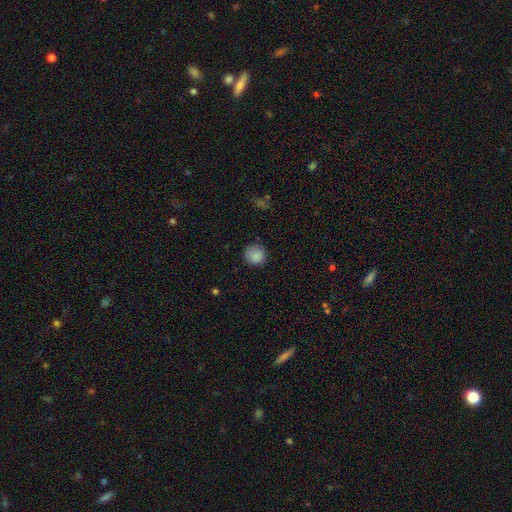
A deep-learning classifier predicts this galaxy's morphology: Overall: smooth (87%). How rounded: round (90%). Merging: none (83%).